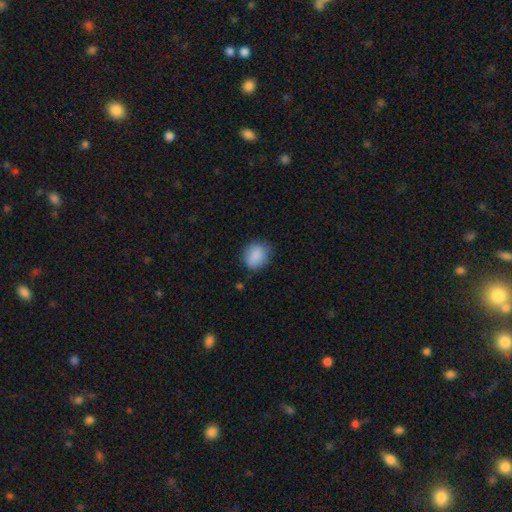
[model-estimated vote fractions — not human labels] Smooth or featured? smooth (87%)
How rounded? round (55%)
Merging? none (77%)